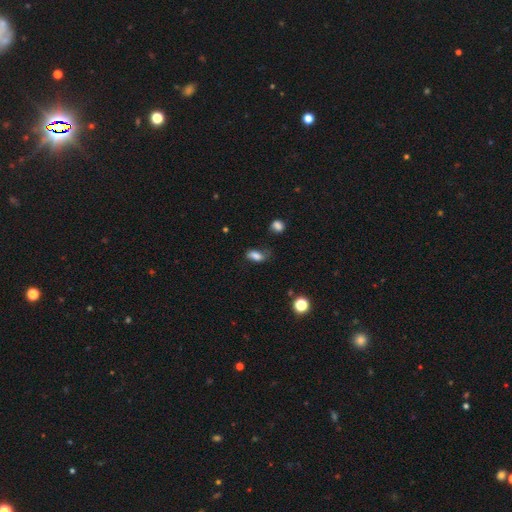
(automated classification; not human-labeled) Overall: smooth (78%). How rounded: in between (85%). Merging: none (50%; minor disturbance 31%).